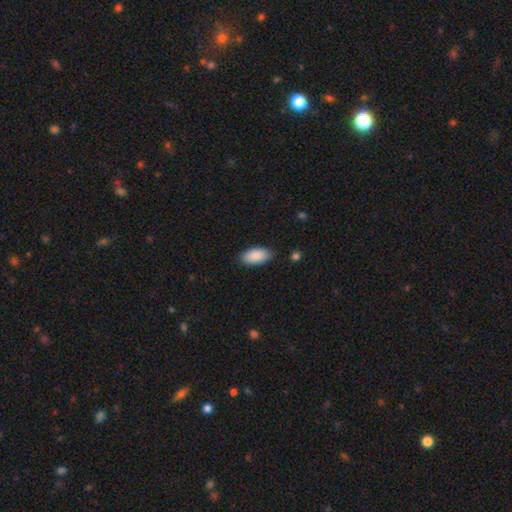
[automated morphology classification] type=smooth (89%); roundness=in between (94%); merging=none (85%).